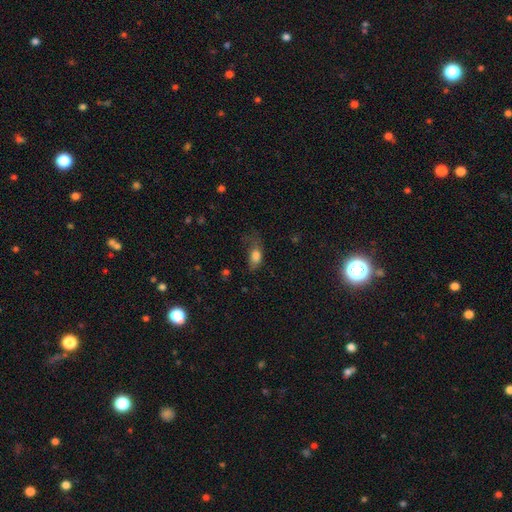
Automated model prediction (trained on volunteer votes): Smooth or featured? Predicted: smooth (p=0.77). How rounded? Predicted: in between (p=0.83). Merging? Predicted: major disturbance (p=0.38).